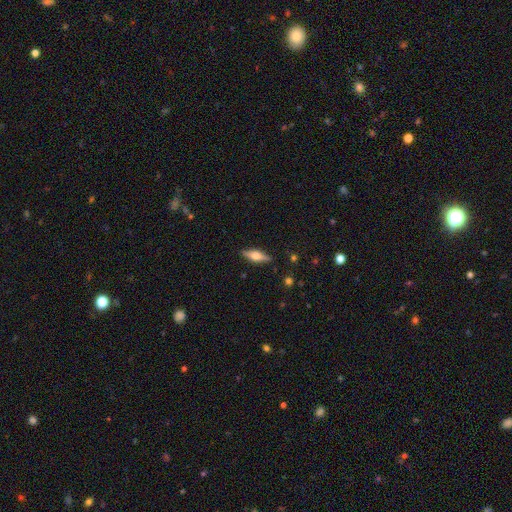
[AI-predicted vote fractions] Overall: featured or disk (54%; smooth 40%). Edge-on disk: yes (94%). Edge-on bulge: rounded (90%). Merging: none (88%).